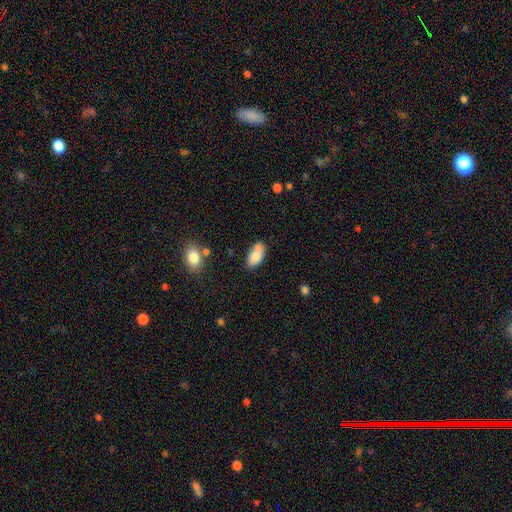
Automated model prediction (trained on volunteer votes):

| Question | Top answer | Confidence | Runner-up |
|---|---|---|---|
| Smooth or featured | smooth | 78% | featured or disk (14%) |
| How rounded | in between | 91% | cigar-shaped (5%) |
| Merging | none | 55% | minor disturbance (23%) |